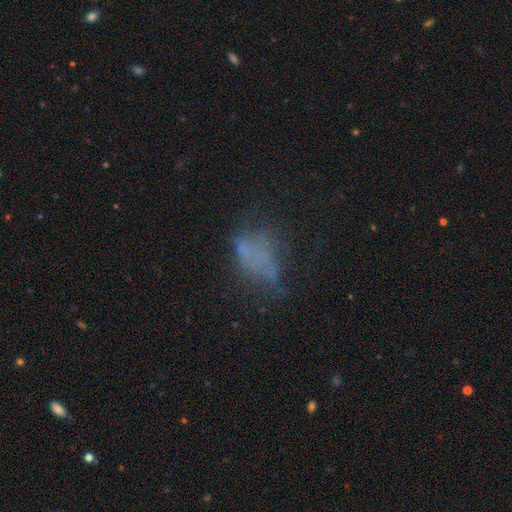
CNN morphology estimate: type=smooth (41%); merging=none (41%).